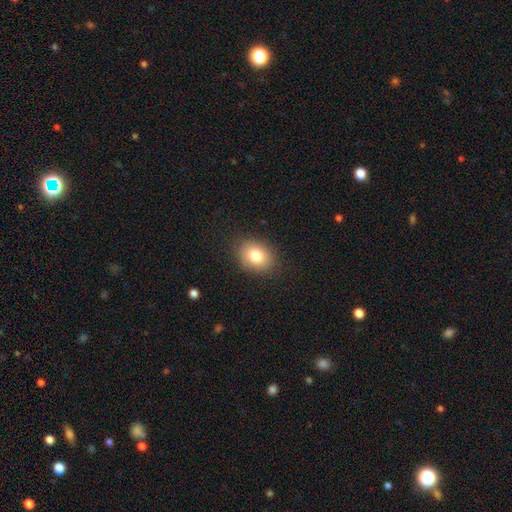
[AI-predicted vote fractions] Morphology: type=smooth (81%); roundness=in between (61%); merging=none (86%).